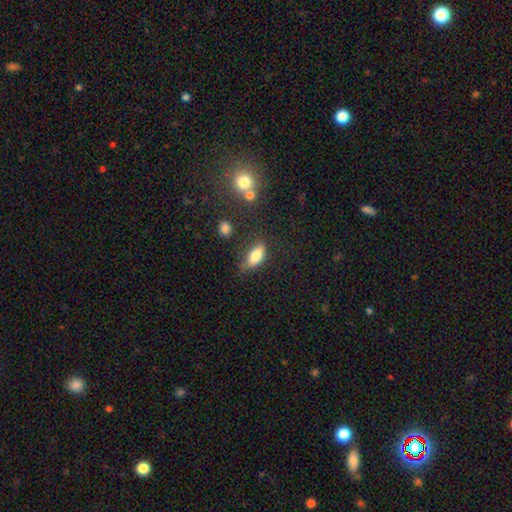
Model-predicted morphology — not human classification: Smooth or featured? smooth (75%)
How rounded? in between (80%)
Merging? none (58%)